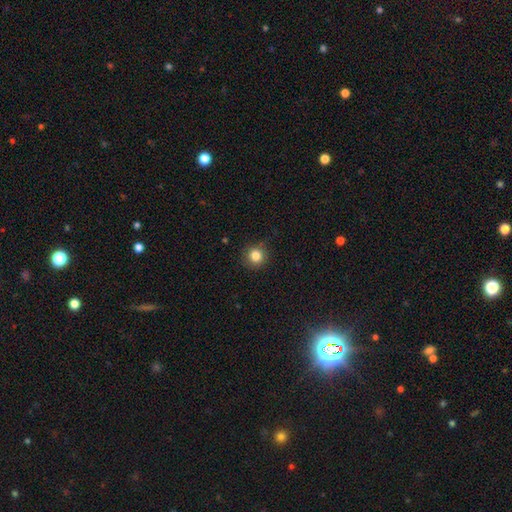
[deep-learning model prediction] Smooth or featured? Predicted: smooth (p=0.84). How rounded? Predicted: round (p=0.93). Merging? Predicted: none (p=0.89).